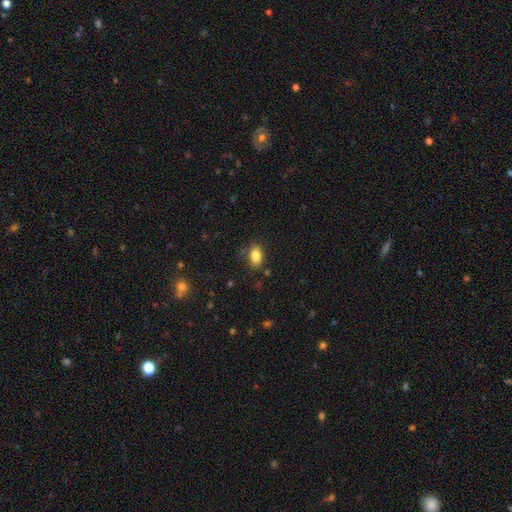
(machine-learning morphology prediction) Smooth or featured? smooth (84%)
How rounded? in between (87%)
Merging? none (79%)